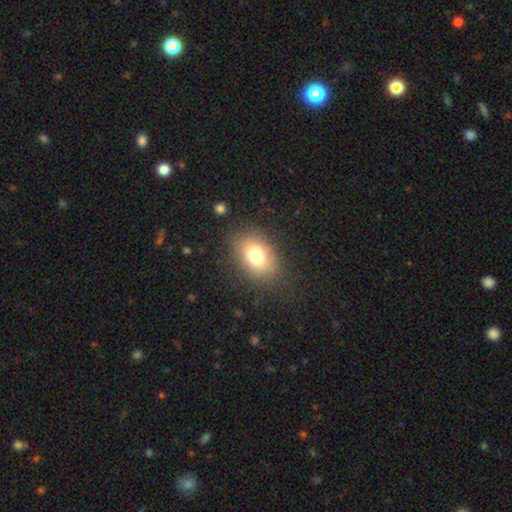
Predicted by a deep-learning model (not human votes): Smooth or featured? smooth (75%)
How rounded? in between (74%)
Merging? none (78%)